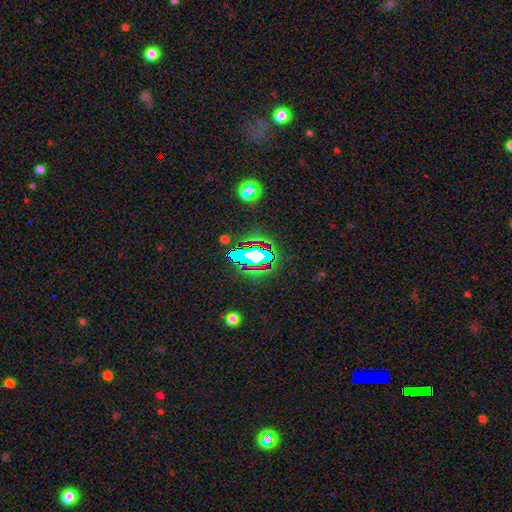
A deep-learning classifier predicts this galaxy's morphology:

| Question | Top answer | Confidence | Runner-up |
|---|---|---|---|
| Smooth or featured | star or artifact | 56% | smooth (28%) |